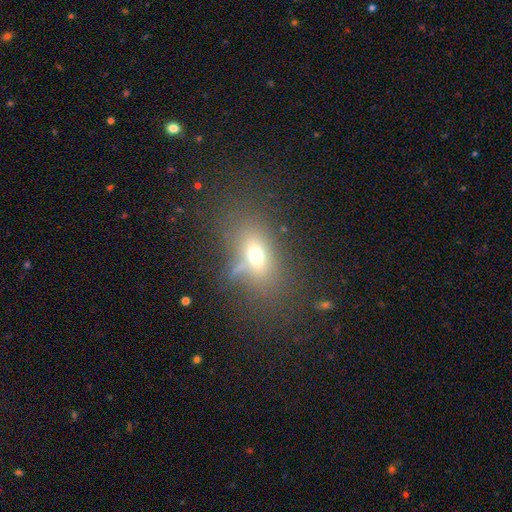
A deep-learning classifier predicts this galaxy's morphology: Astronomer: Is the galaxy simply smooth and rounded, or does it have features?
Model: smooth — 60%.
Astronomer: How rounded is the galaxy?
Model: in between — 69%.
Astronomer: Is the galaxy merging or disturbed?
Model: none — 64%.